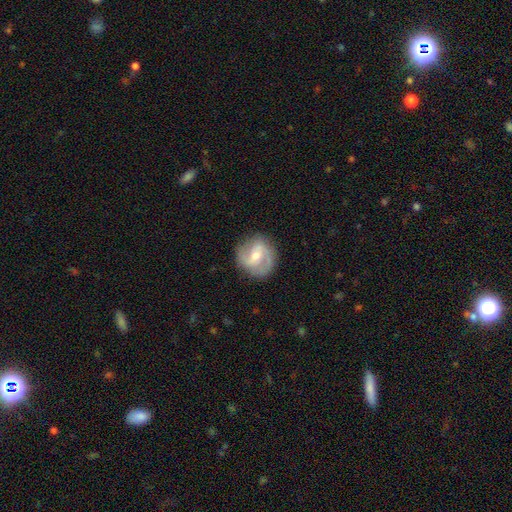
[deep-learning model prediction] smooth-or-featured: featured or disk: 76% | smooth: 18% | star or artifact: 6%
  disk-edge-on: no: 97% | yes: 3%
    bar: weak: 49% | no: 28% | strong: 23%
    has-spiral-arms: yes: 92% | no: 8%
      spiral-winding: medium: 49% | loose: 27% | tight: 24%
      spiral-arm-count: 2: 81% | can't tell: 8% | 3: 5% | 1: 3% | 4: 1% | more than 4: 1%
    bulge-size: moderate: 52% | small: 43% | large: 2% | none: 1% | dominant: 1%
  merging: none: 80% | minor disturbance: 13% | major disturbance: 5% | merger: 1%